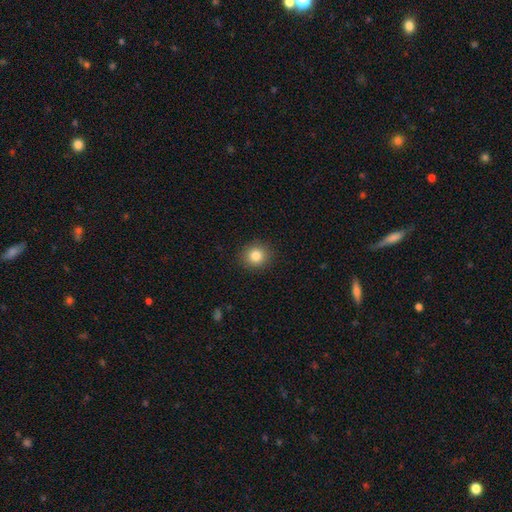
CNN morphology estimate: Smooth or featured?
  - smooth: 84% *
  - star or artifact: 11%
  - featured or disk: 6%
How rounded?
  - round: 88% *
  - in between: 11%
  - cigar-shaped: 1%
Merging?
  - none: 90% *
  - minor disturbance: 6%
  - major disturbance: 2%
  - merger: 1%